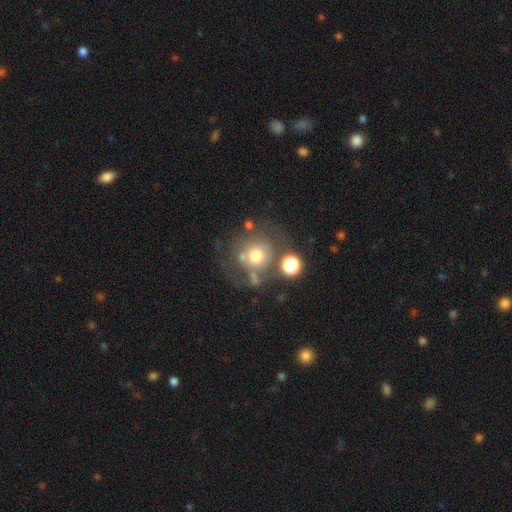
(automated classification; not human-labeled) A smooth galaxy with no disk features (57%) that is round (90%).

Vote fractions:
- Smooth or featured? smooth: 57% / featured or disk: 29% / star or artifact: 14%
- How rounded? round: 90% / in between: 9% / cigar-shaped: 1%
- Merging? none: 53% / major disturbance: 17% / minor disturbance: 17% / merger: 13%